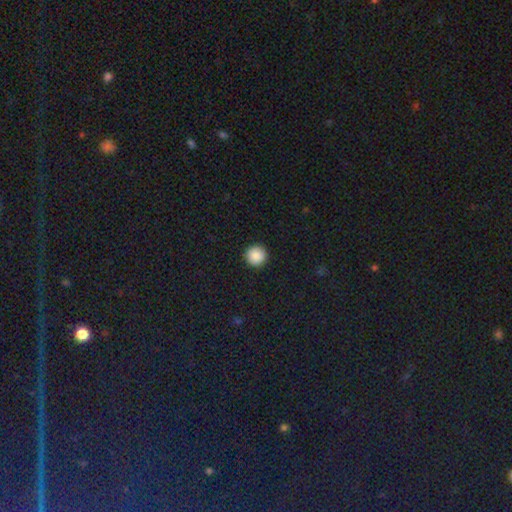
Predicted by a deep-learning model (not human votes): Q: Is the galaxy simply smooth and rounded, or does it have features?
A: smooth — 89%.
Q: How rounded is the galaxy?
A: round — 96%.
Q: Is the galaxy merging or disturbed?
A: none — 94%.